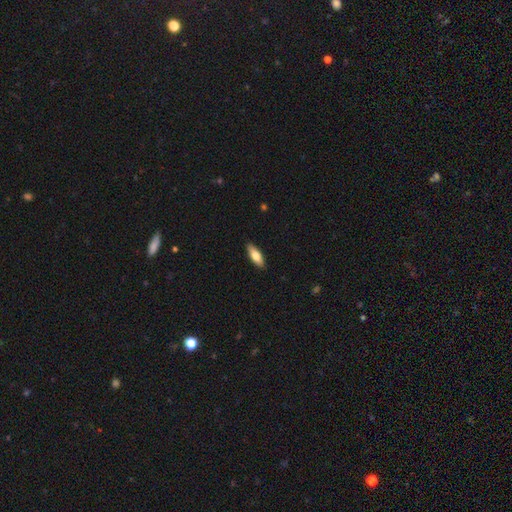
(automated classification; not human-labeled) Smooth or featured? smooth (73%)
How rounded? in between (66%)
Merging? none (89%)